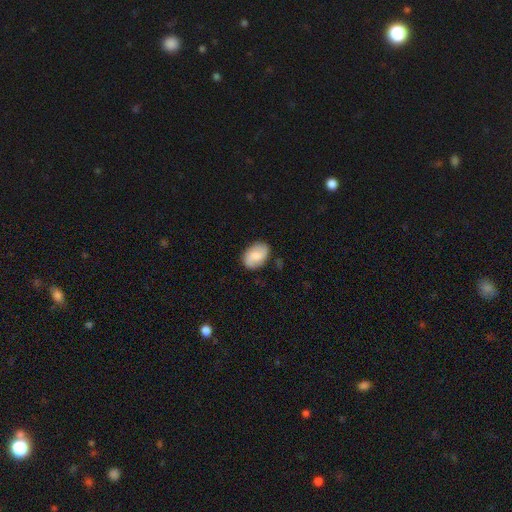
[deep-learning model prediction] smooth 58%, featured or disk 35%, star or artifact 8%. Down the decision tree: how rounded — in between (83%); merging — none (80%).